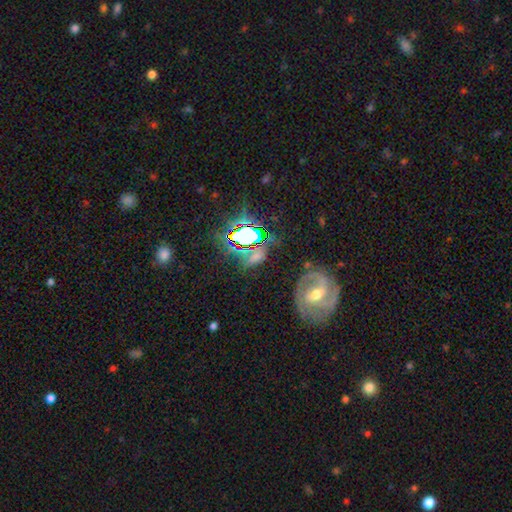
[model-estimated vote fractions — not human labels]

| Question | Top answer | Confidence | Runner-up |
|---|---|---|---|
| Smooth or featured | star or artifact | 44% | featured or disk (32%) |